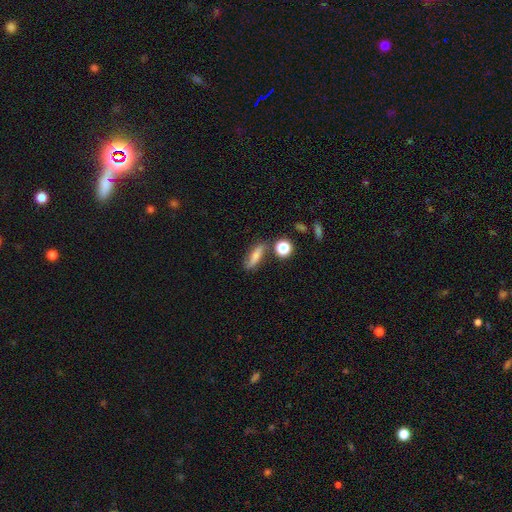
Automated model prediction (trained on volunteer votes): smooth-or-featured: smooth: 57% | featured or disk: 31% | star or artifact: 12%
  how-rounded: cigar-shaped: 50% | in between: 41% | round: 9%
  merging: none: 69% | minor disturbance: 18% | merger: 7% | major disturbance: 6%